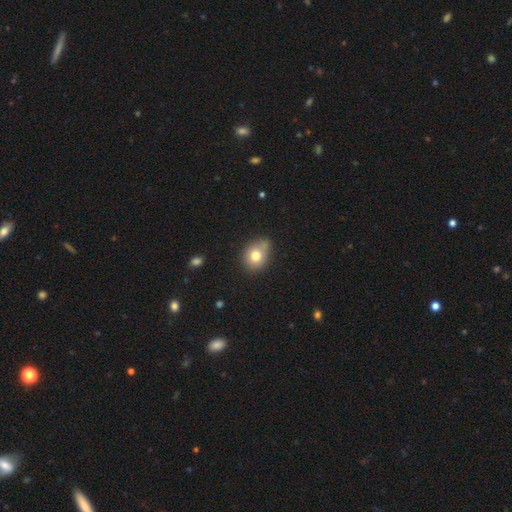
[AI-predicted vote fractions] Smooth or featured? smooth (76%)
How rounded? round (61%)
Merging? none (58%)